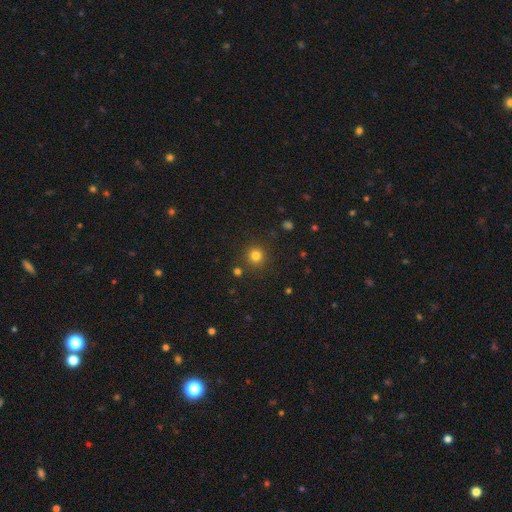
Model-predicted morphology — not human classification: Smooth or featured? Predicted: smooth (p=0.79). How rounded? Predicted: round (p=0.94). Merging? Predicted: none (p=0.88).